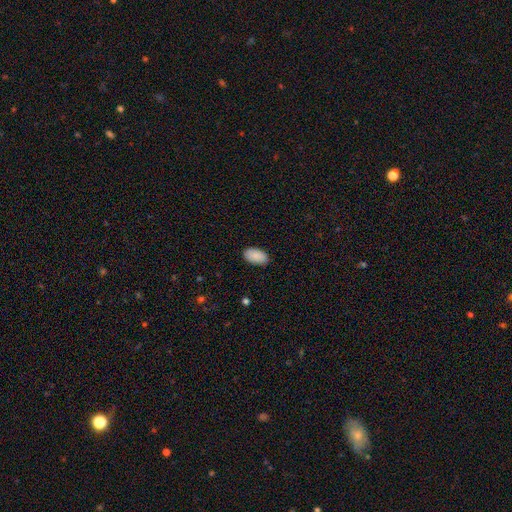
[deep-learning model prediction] Overall: smooth (90%). How rounded: in between (96%). Merging: none (88%).